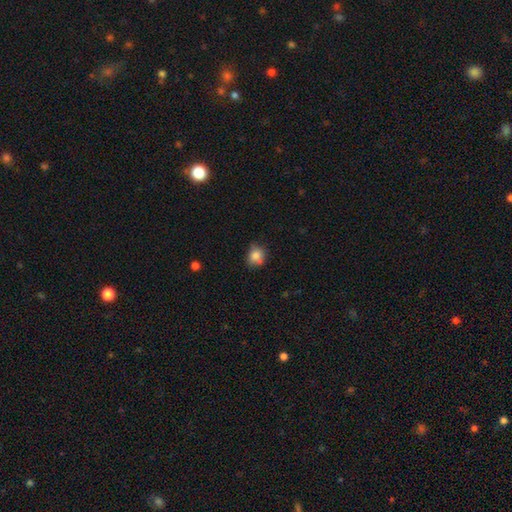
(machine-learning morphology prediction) Q: Smooth or featured?
A: smooth (80%); runner-up: star or artifact (10%)
Q: How rounded?
A: round (72%); runner-up: in between (27%)
Q: Merging?
A: none (64%); runner-up: minor disturbance (26%)